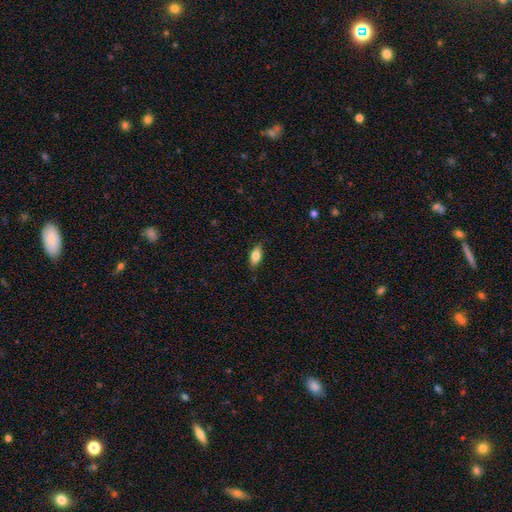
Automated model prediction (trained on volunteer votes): This appears to be a smooth galaxy with no disk features (81%) that is in between round and cigar-shaped (86%). Merging: none (83%).